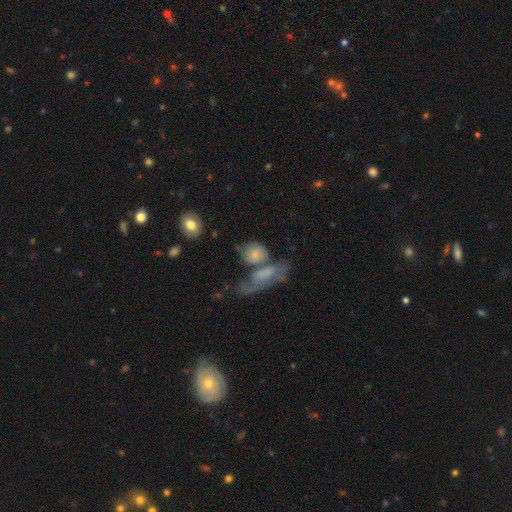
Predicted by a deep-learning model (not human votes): Overall: smooth (64%; featured or disk 26%). How rounded: round (47%; in between 46%). Merging: none (37%, tied with merger).